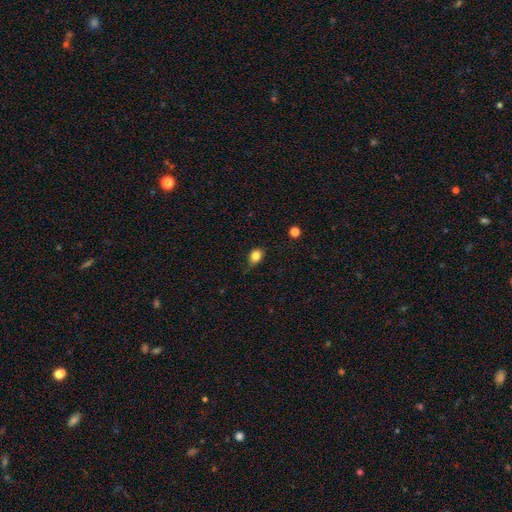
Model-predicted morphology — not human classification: smooth 82%, star or artifact 11%, featured or disk 7%. Down the decision tree: how rounded — in between (59%); merging — none (72%).